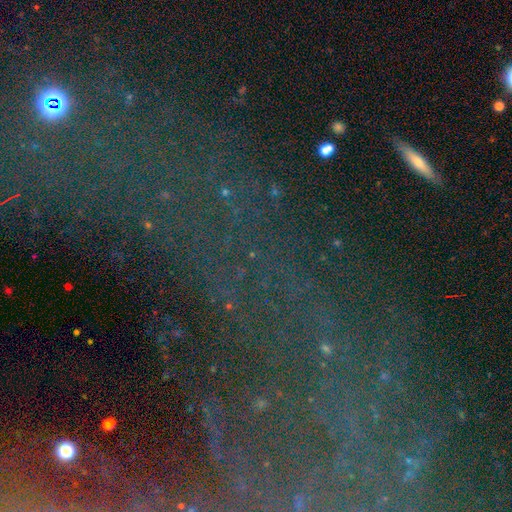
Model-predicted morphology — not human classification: Smooth or featured: star or artifact — 63% (featured or disk — 21%)